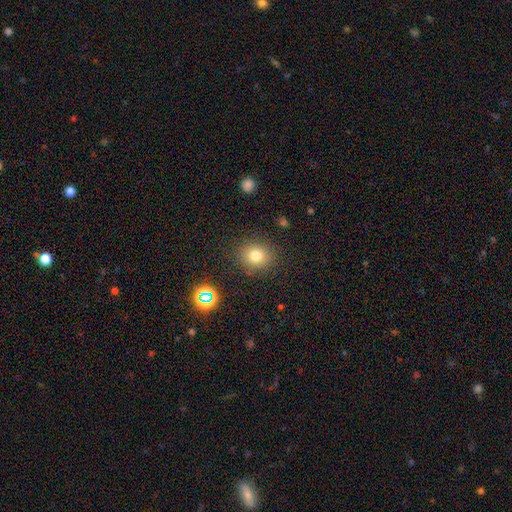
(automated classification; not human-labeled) A smooth galaxy with no disk features (75%) that is round (74%).

Vote fractions:
- Smooth or featured? smooth: 75% / star or artifact: 16% / featured or disk: 9%
- How rounded? round: 74% / in between: 25% / cigar-shaped: 1%
- Merging? none: 86% / minor disturbance: 9% / major disturbance: 3% / merger: 2%